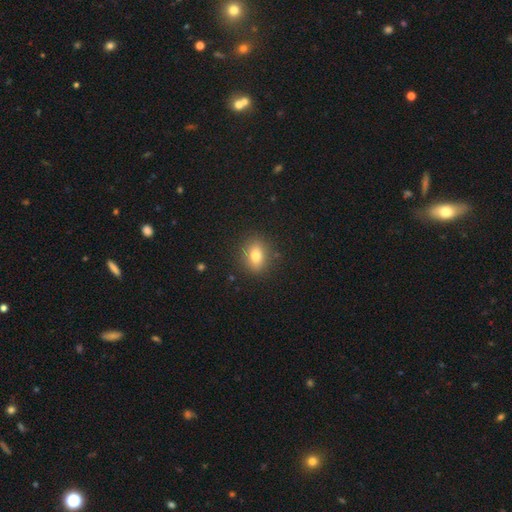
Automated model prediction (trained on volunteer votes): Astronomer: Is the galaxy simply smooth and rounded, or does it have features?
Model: smooth — 78%.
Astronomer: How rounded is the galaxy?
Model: in between — 63%.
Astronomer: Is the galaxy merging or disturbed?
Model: none — 86%.